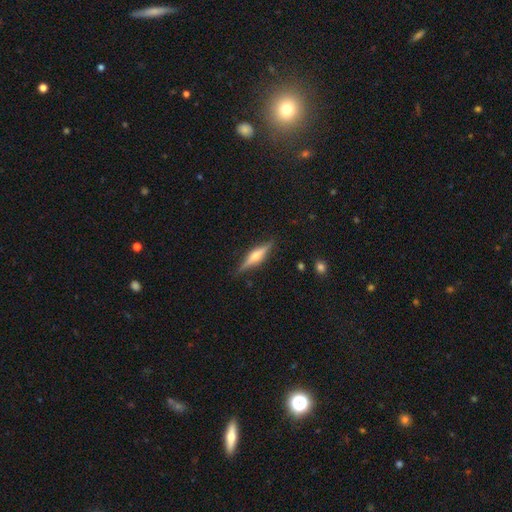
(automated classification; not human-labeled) Smooth or featured?
  - featured or disk: 70% *
  - smooth: 24%
  - star or artifact: 6%
Edge-on disk?
  - yes: 97% *
  - no: 3%
Edge-on bulge?
  - rounded: 88% *
  - boxy: 8%
  - none: 4%
Merging?
  - none: 88% *
  - minor disturbance: 9%
  - major disturbance: 2%
  - merger: 1%